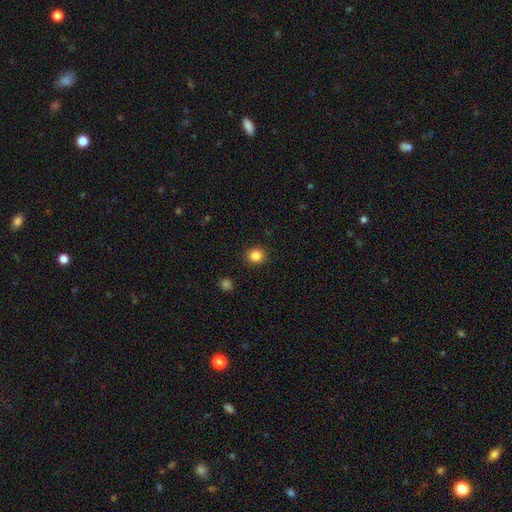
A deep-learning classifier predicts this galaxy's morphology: Overall: smooth (85%). How rounded: round (87%). Merging: none (91%).